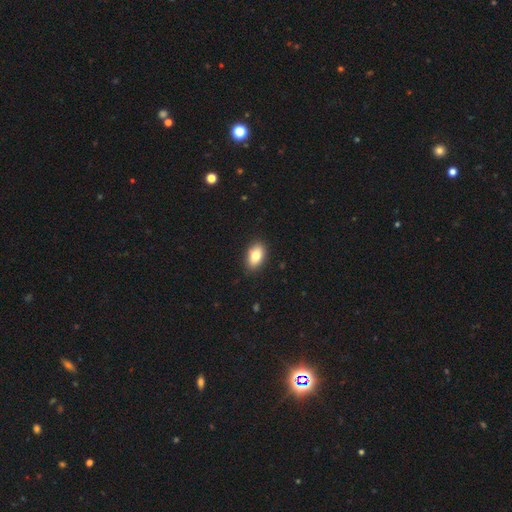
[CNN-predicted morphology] A smooth galaxy with no disk features (81%) that is in between round and cigar-shaped (90%).

Vote fractions:
- Smooth or featured? smooth: 81% / featured or disk: 11% / star or artifact: 8%
- How rounded? in between: 90% / round: 8% / cigar-shaped: 2%
- Merging? none: 88% / minor disturbance: 9% / major disturbance: 2% / merger: 1%